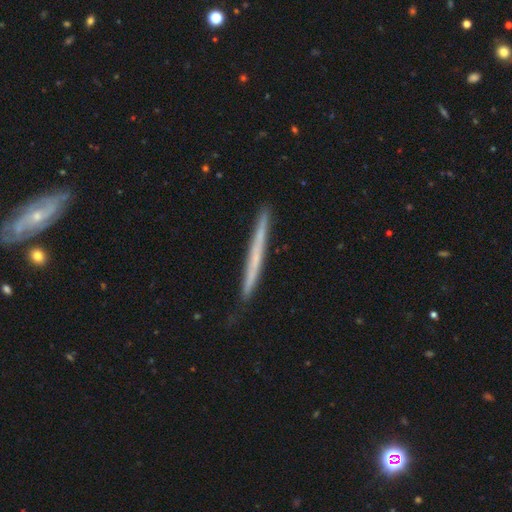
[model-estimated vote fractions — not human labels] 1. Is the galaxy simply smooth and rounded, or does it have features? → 52% featured or disk, 42% smooth, 6% star or artifact.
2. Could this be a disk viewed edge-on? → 97% yes, 3% no.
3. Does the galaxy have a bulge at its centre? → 88% none, 9% rounded, 3% boxy.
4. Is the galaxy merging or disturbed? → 88% none, 10% minor disturbance, 1% major disturbance, 1% merger.